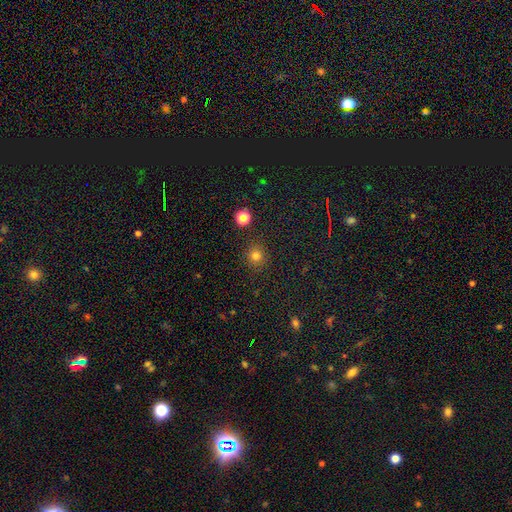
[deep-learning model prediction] smooth-or-featured: smooth: 79% | star or artifact: 16% | featured or disk: 5%
  how-rounded: round: 92% | in between: 7% | cigar-shaped: 1%
  merging: none: 89% | minor disturbance: 7% | major disturbance: 2% | merger: 2%